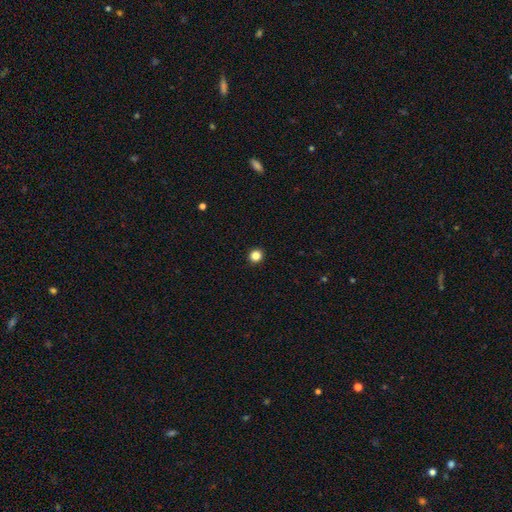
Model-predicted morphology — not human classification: A smooth galaxy with no disk features (85%) that is round (92%).

Vote fractions:
- Smooth or featured? smooth: 85% / star or artifact: 12% / featured or disk: 3%
- How rounded? round: 92% / in between: 7% / cigar-shaped: 1%
- Merging? none: 94% / minor disturbance: 4% / major disturbance: 1% / merger: 1%